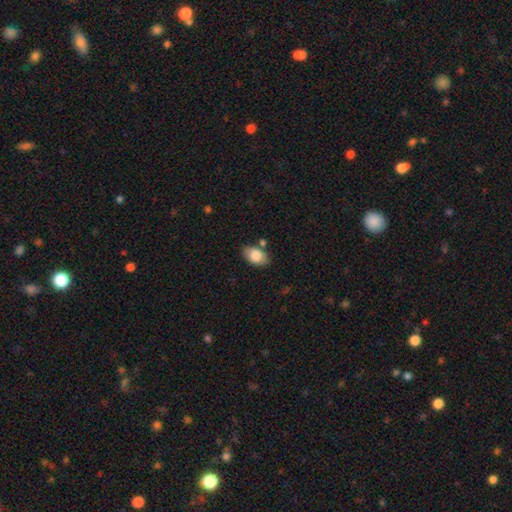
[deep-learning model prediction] This is clearly a smooth galaxy (82%). How rounded: clearly in between (90%). Merging: likely none (74%).